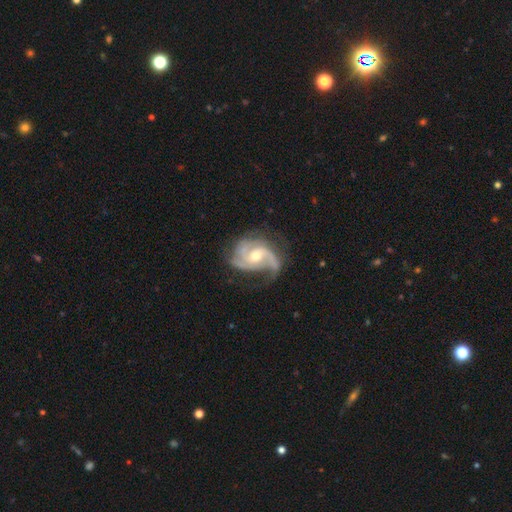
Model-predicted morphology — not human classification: A featured or disk galaxy (90%) with no bar (56%), 3 (43%) medium (48%) spiral arms (97%) and a moderate central bulge (64%). Merging: none (59%).